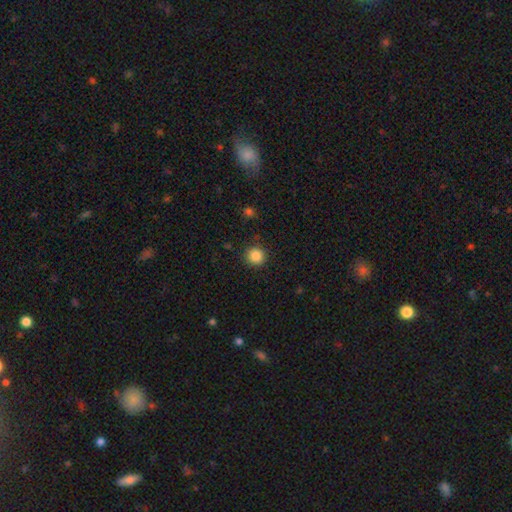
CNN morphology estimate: smooth-or-featured: smooth: 86% | star or artifact: 10% | featured or disk: 4%
  how-rounded: round: 93% | in between: 6% | cigar-shaped: 1%
  merging: none: 89% | minor disturbance: 7% | major disturbance: 3% | merger: 1%